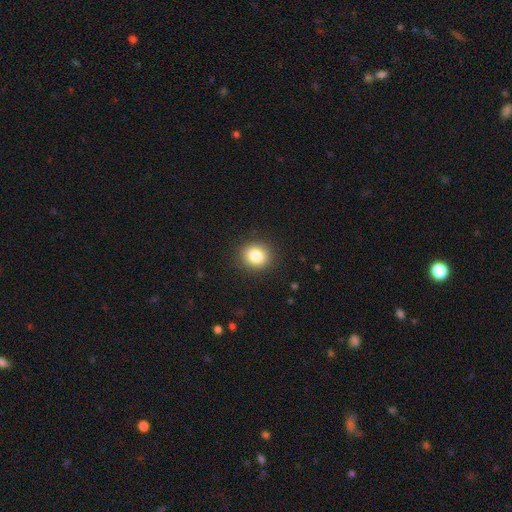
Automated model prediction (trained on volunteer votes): smooth_or_featured: smooth (p=0.83) [alt: star or artifact p=0.10]
how_rounded: round (p=0.77) [alt: in between p=0.22]
merging: none (p=0.90) [alt: minor disturbance p=0.07]